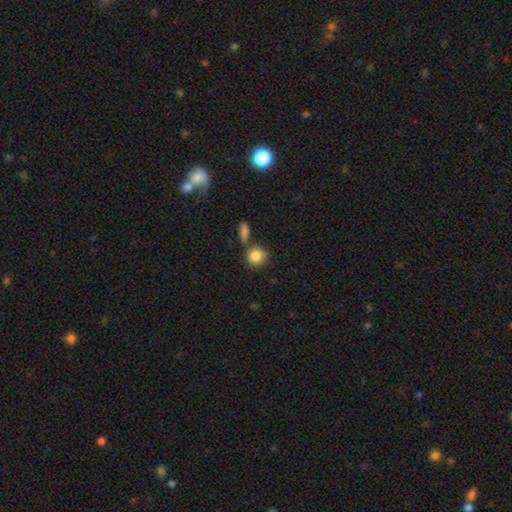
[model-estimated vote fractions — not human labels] smooth-or-featured: smooth: 85% | star or artifact: 8% | featured or disk: 7%
  how-rounded: round: 85% | in between: 14% | cigar-shaped: 1%
  merging: none: 65% | merger: 18% | minor disturbance: 13% | major disturbance: 4%